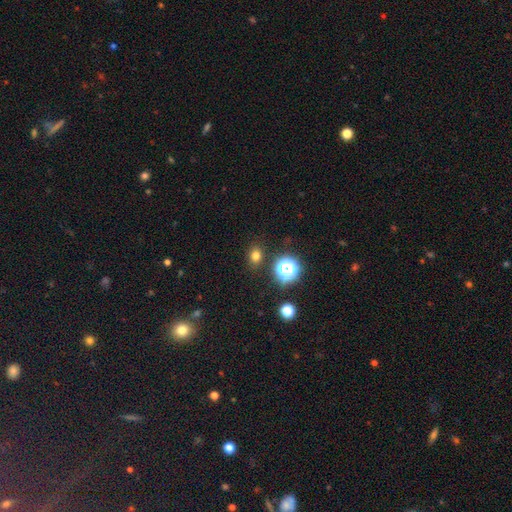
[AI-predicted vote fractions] Smooth or featured?
  - smooth: 74% *
  - star or artifact: 20%
  - featured or disk: 6%
How rounded?
  - round: 58% *
  - in between: 41%
  - cigar-shaped: 1%
Merging?
  - none: 87% *
  - minor disturbance: 8%
  - major disturbance: 3%
  - merger: 3%